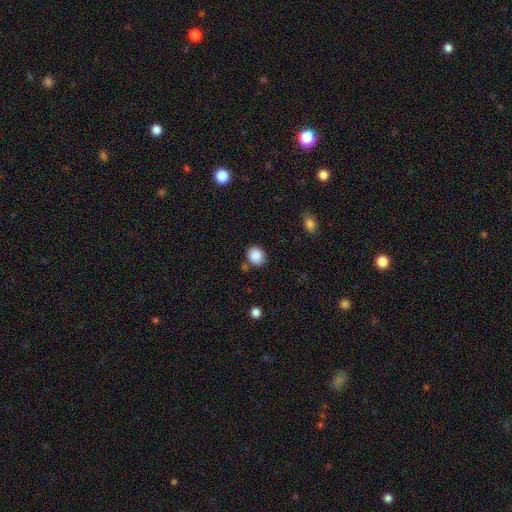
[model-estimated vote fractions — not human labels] smooth 88%, star or artifact 9%, featured or disk 4%. Down the decision tree: how rounded — round (78%); merging — none (80%).